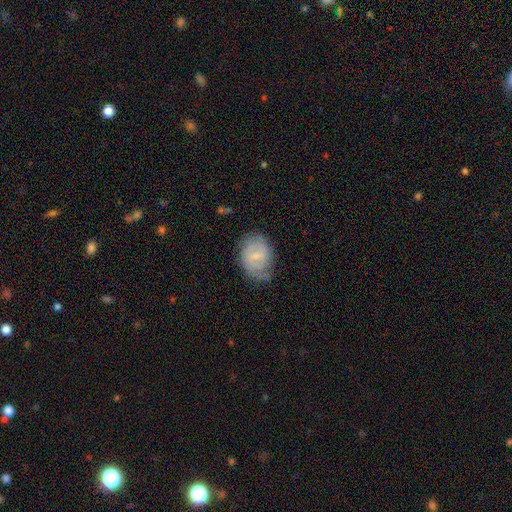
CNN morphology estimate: The model was most divided on "smooth or featured": featured or disk: 50%, smooth: 42%, star or artifact: 8%. More confident: edge-on disk — no (97%); merging — none (57%).